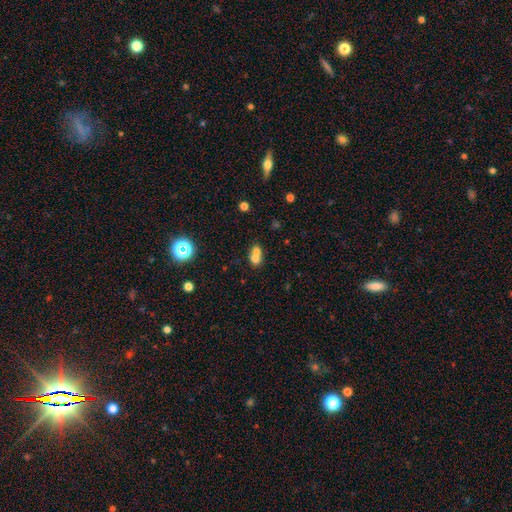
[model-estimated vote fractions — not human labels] This is likely a smooth galaxy (68%). How rounded: likely round (61%). Merging: likely merger (68%).